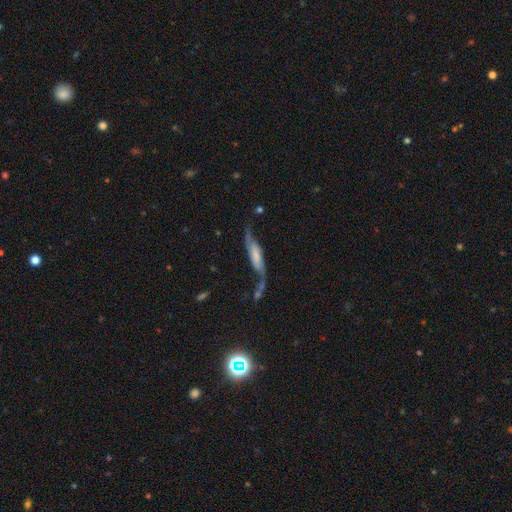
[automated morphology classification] Smooth or featured? featured or disk (69%)
Edge-on disk? no (72%)
Merging? none (46%)